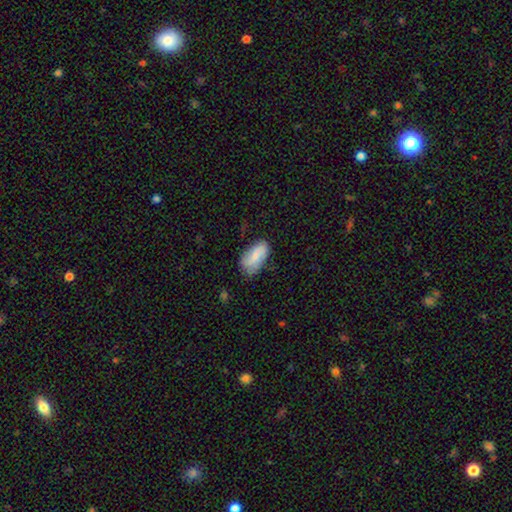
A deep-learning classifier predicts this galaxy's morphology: smooth_or_featured: smooth (p=0.68) [alt: featured or disk p=0.26]
how_rounded: in between (p=0.93) [alt: cigar-shaped p=0.04]
merging: none (p=0.66) [alt: minor disturbance p=0.26]